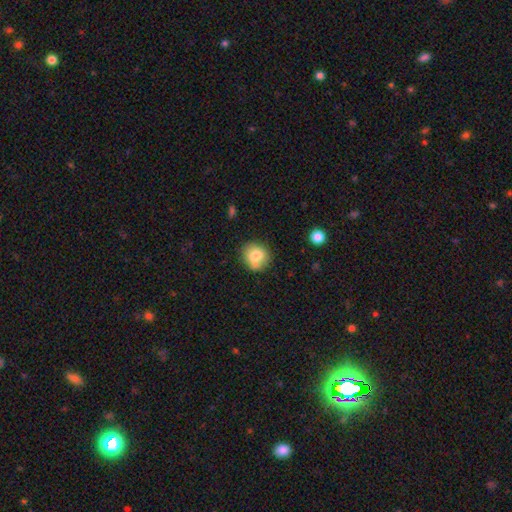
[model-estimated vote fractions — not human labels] Smooth or featured? smooth (77%)
How rounded? round (83%)
Merging? none (63%)